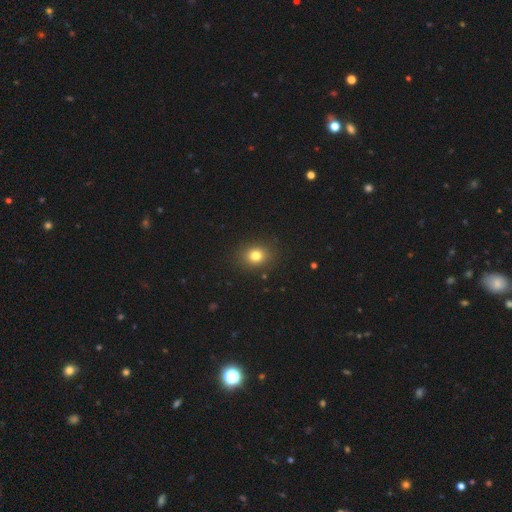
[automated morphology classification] Smooth or featured?
  - smooth: 79% *
  - star or artifact: 13%
  - featured or disk: 7%
How rounded?
  - round: 65% *
  - in between: 34%
  - cigar-shaped: 1%
Merging?
  - none: 89% *
  - minor disturbance: 8%
  - major disturbance: 3%
  - merger: 1%